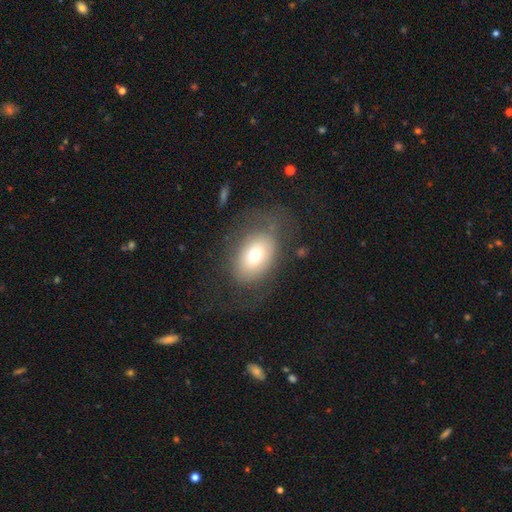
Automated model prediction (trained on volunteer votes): Q: Smooth or featured?
A: smooth (65%); runner-up: featured or disk (25%)
Q: How rounded?
A: in between (79%); runner-up: round (20%)
Q: Merging?
A: none (63%); runner-up: minor disturbance (18%)